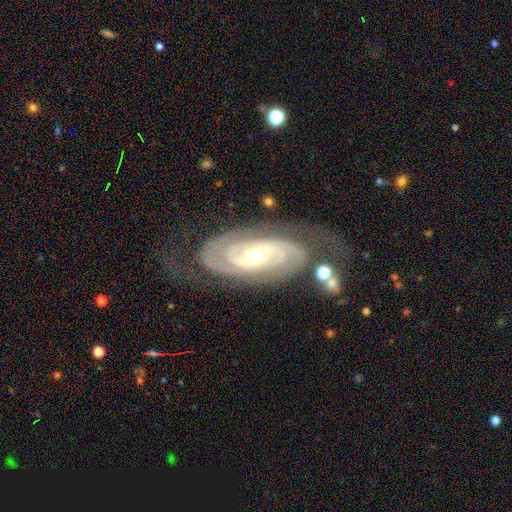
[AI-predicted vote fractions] Smooth or featured: featured or disk — 90% (smooth — 5%)
Edge-on disk: no — 95% (yes — 5%)
Bar: no — 57% (weak — 26%)
Spiral arms: yes — 97% (no — 3%)
Spiral winding: tight — 75% (medium — 21%)
Spiral arm count: 2 — 71% (can't tell — 11%)
Bulge size: moderate — 54% (small — 42%)
Merging: none — 69% (minor disturbance — 18%)